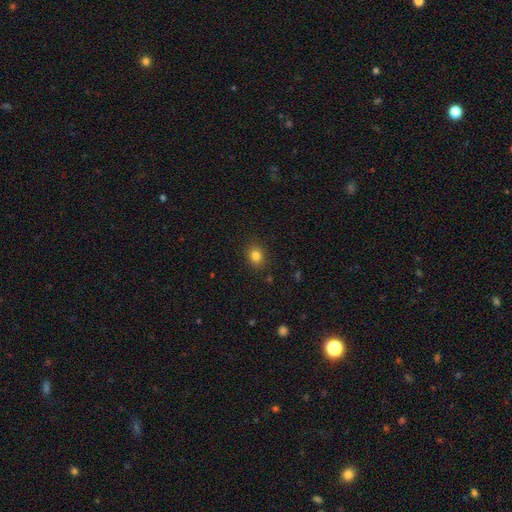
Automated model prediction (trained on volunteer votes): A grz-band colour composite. It shows a smooth galaxy with no disk features (82%) that is round (60%). Merging: none (88%).